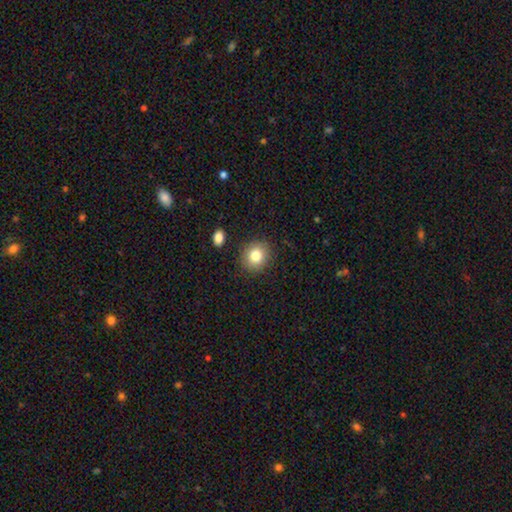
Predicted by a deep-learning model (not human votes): Q: Smooth or featured?
A: smooth (81%); runner-up: star or artifact (10%)
Q: How rounded?
A: round (77%); runner-up: in between (23%)
Q: Merging?
A: none (87%); runner-up: minor disturbance (8%)